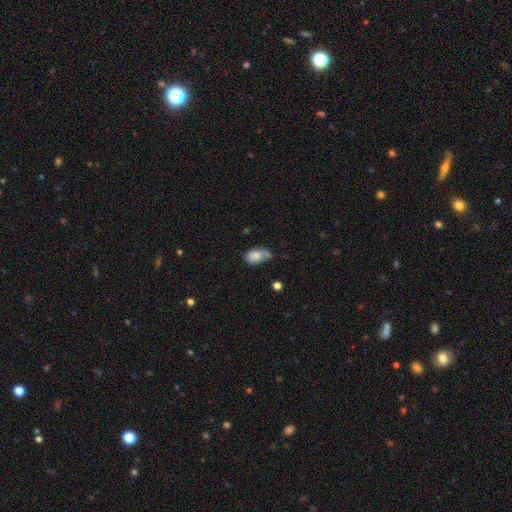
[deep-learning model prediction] A smooth galaxy with no disk features (79%) that is in between round and cigar-shaped (89%).

Vote fractions:
- Smooth or featured? smooth: 79% / featured or disk: 13% / star or artifact: 8%
- How rounded? in between: 89% / round: 10% / cigar-shaped: 2%
- Merging? none: 42% / minor disturbance: 36% / major disturbance: 12% / merger: 10%